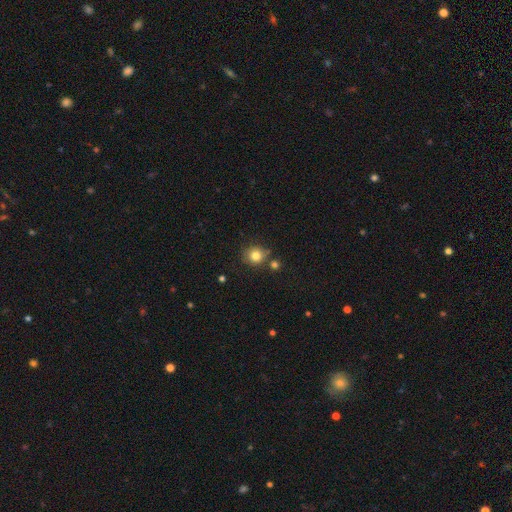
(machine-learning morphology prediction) This is clearly a smooth galaxy (81%). How rounded: clearly round (84%). Merging: likely none (72%).